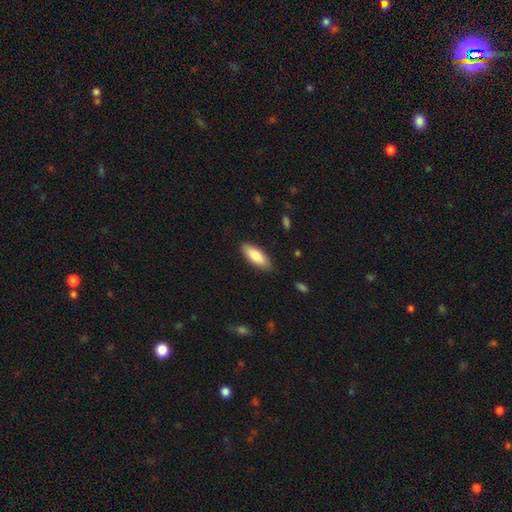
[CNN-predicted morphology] Smooth or featured?
  - smooth: 80% *
  - featured or disk: 14%
  - star or artifact: 6%
How rounded?
  - in between: 74% *
  - cigar-shaped: 25%
  - round: 2%
Merging?
  - none: 86% *
  - minor disturbance: 10%
  - major disturbance: 2%
  - merger: 1%